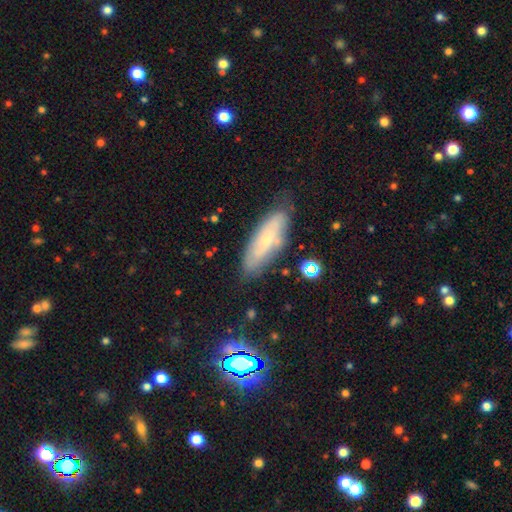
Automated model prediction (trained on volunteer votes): Smooth or featured: smooth — 53% (featured or disk — 38%)
How rounded: in between — 58% (cigar-shaped — 39%)
Merging: none — 70% (minor disturbance — 20%)